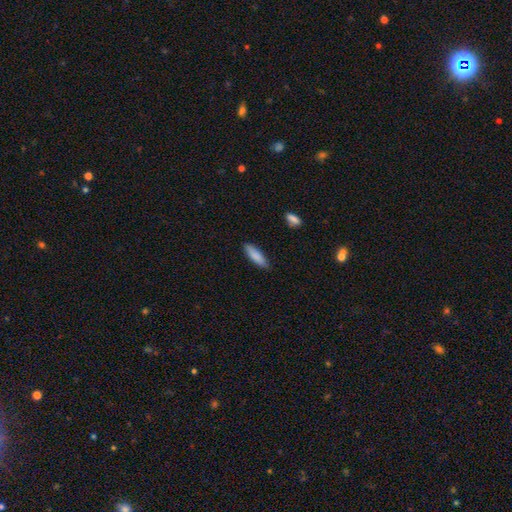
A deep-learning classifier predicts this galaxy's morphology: Smooth or featured: smooth — 86% (featured or disk — 8%)
How rounded: cigar-shaped — 53% (in between — 45%)
Merging: none — 86% (minor disturbance — 11%)